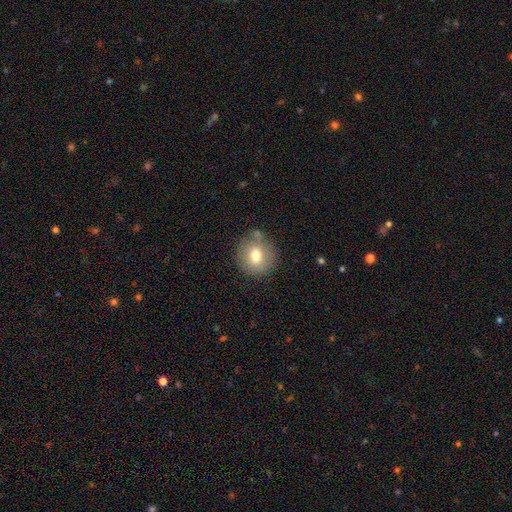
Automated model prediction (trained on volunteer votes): smooth_or_featured: smooth (p=0.73) [alt: featured or disk p=0.18]
how_rounded: round (p=0.86) [alt: in between p=0.13]
merging: none (p=0.76) [alt: minor disturbance p=0.15]